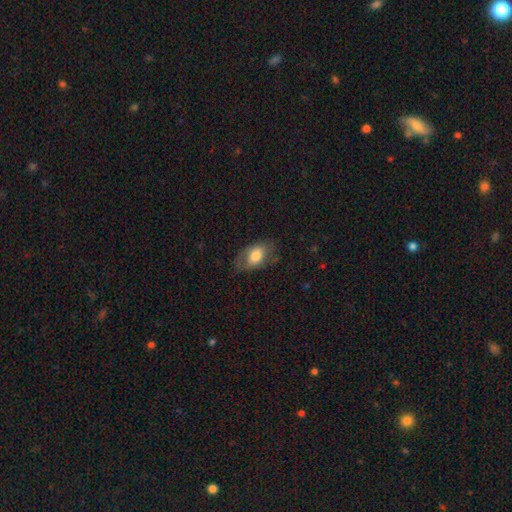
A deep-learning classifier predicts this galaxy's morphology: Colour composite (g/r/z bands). It shows a smooth galaxy with no disk features (66%) that is in between round and cigar-shaped (89%). Merging: none (63%).